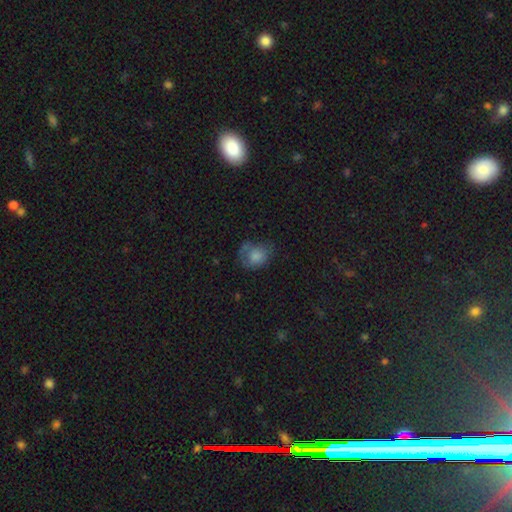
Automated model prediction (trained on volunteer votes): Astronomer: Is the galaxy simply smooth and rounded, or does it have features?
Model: smooth — 70%.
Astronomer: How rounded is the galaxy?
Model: round — 50% (runner-up: in between, 48%).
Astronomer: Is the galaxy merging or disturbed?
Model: none — 42% (runner-up: minor disturbance, 30%).